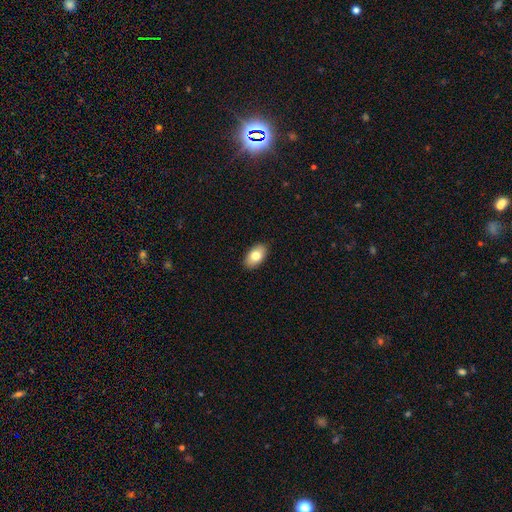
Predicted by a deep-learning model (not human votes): smooth 80%, featured or disk 13%, star or artifact 7%. Down the decision tree: how rounded — in between (93%); merging — none (90%).